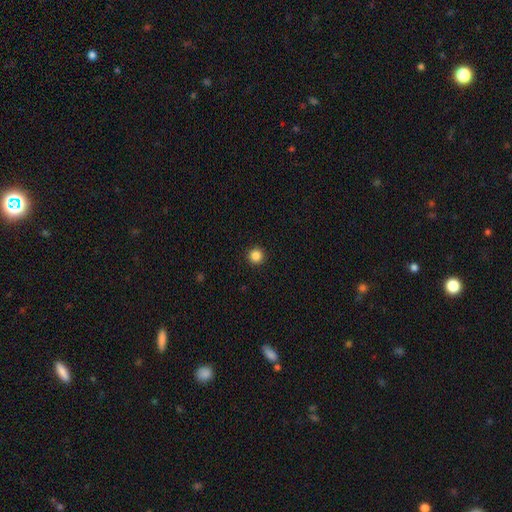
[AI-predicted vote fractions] A smooth galaxy with no disk features (85%) that is round (95%). Merging: none (94%).